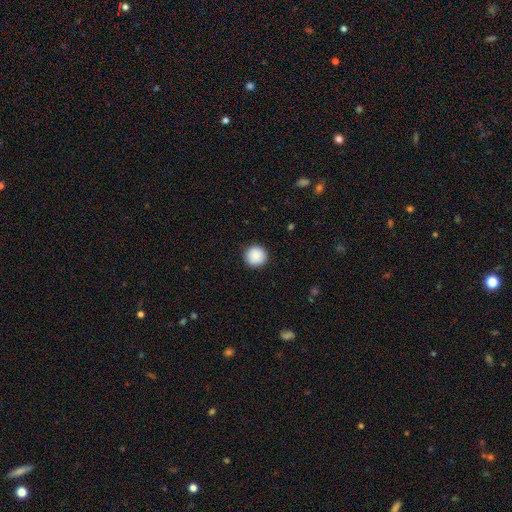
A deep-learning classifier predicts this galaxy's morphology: smooth_or_featured: smooth (p=0.88) [alt: star or artifact p=0.08]
how_rounded: round (p=0.96) [alt: in between p=0.03]
merging: none (p=0.92) [alt: minor disturbance p=0.06]